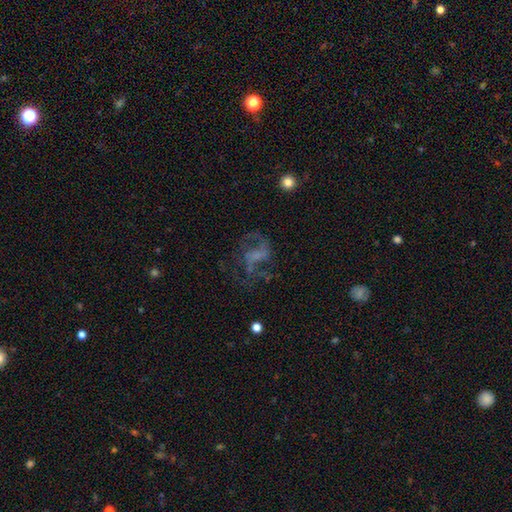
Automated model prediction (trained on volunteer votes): Smooth or featured? featured or disk (65%)
Edge-on disk? no (98%)
Bar? no (59%)
Spiral arms? yes (69%)
Bulge size? none (57%)
Merging? none (45%)